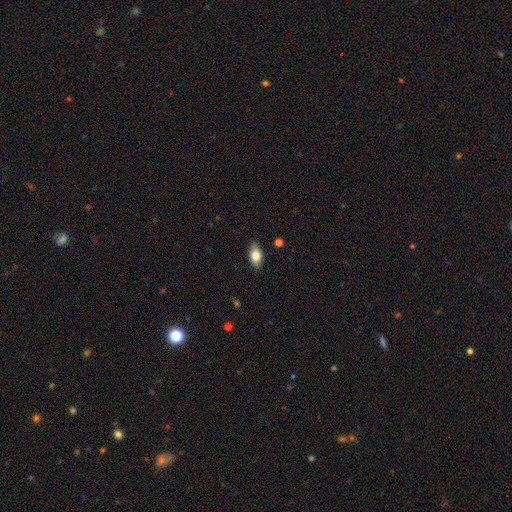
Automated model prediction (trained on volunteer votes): Morphology: type=smooth (76%); roundness=in between (88%); merging=none (86%).